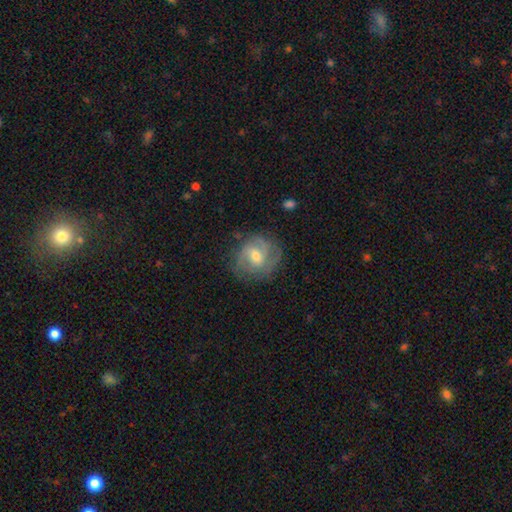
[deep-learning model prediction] Smooth or featured?
  - featured or disk: 69% *
  - smooth: 24%
  - star or artifact: 7%
Edge-on disk?
  - no: 97% *
  - yes: 3%
Bar?
  - weak: 51% *
  - no: 35%
  - strong: 13%
Spiral arms?
  - yes: 87% *
  - no: 13%
Spiral winding?
  - tight: 50% *
  - medium: 37%
  - loose: 13%
Spiral arm count?
  - 2: 42% *
  - can't tell: 29%
  - 3: 17%
  - 1: 5%
  - 4: 4%
  - more than 4: 3%
Bulge size?
  - moderate: 63% *
  - small: 31%
  - large: 4%
  - none: 1%
  - dominant: 1%
Merging?
  - none: 72% *
  - minor disturbance: 18%
  - major disturbance: 8%
  - merger: 1%